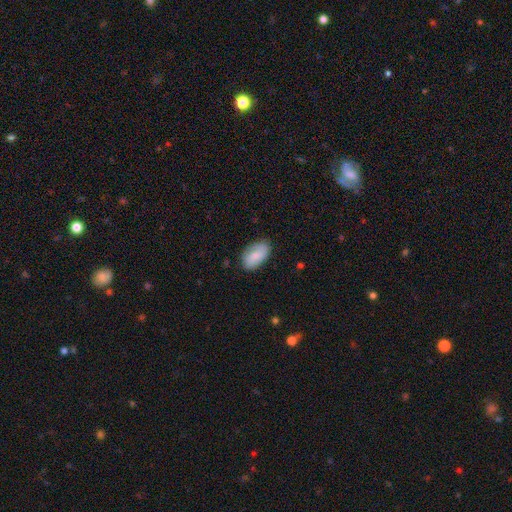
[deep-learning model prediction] smooth_or_featured: smooth (p=0.76) [alt: featured or disk p=0.17]
how_rounded: in between (p=0.93) [alt: round p=0.05]
merging: none (p=0.77) [alt: minor disturbance p=0.18]